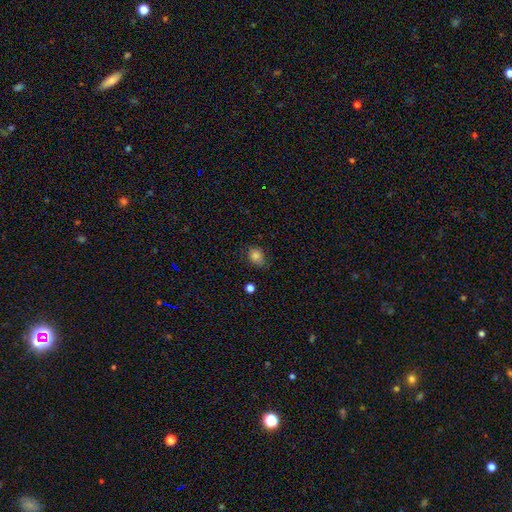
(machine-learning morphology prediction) Overall: smooth (83%). How rounded: round (51%; in between 48%). Merging: none (69%).